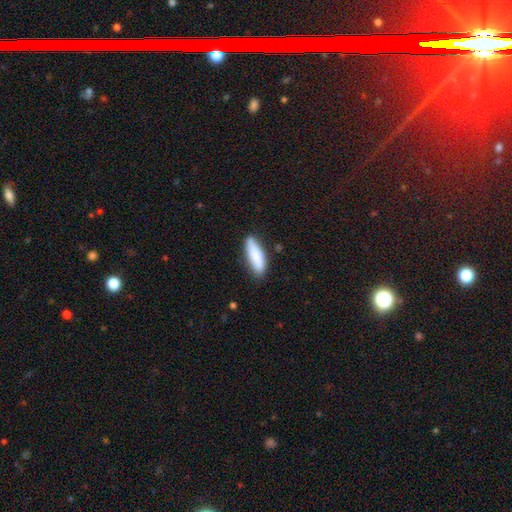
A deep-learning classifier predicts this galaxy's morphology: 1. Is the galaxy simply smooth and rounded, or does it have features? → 86% smooth, 9% featured or disk, 6% star or artifact.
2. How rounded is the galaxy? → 50% in between, 48% cigar-shaped, 2% round.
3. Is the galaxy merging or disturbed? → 79% none, 16% minor disturbance, 3% major disturbance, 2% merger.